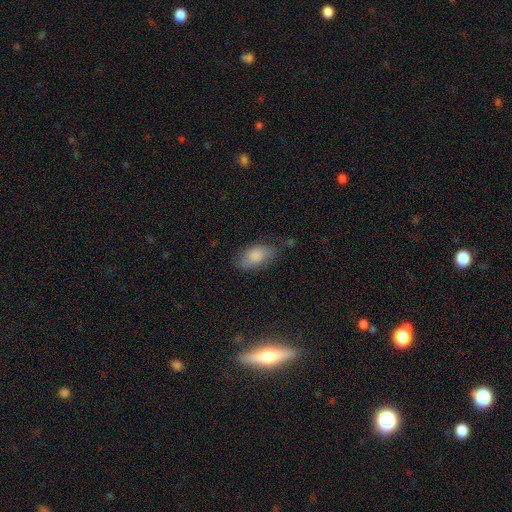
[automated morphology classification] smooth 81%, featured or disk 12%, star or artifact 7%. Down the decision tree: how rounded — in between (93%); merging — none (67%).